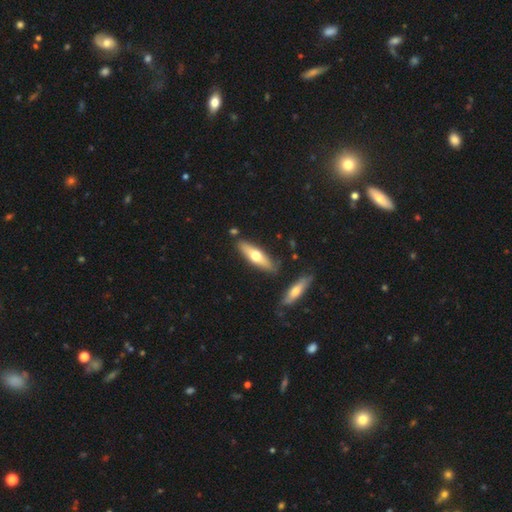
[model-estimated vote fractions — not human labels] smooth_or_featured: smooth (p=0.52) [alt: featured or disk p=0.42]
how_rounded: cigar-shaped (p=0.63) [alt: in between p=0.35]
merging: none (p=0.81) [alt: minor disturbance p=0.11]